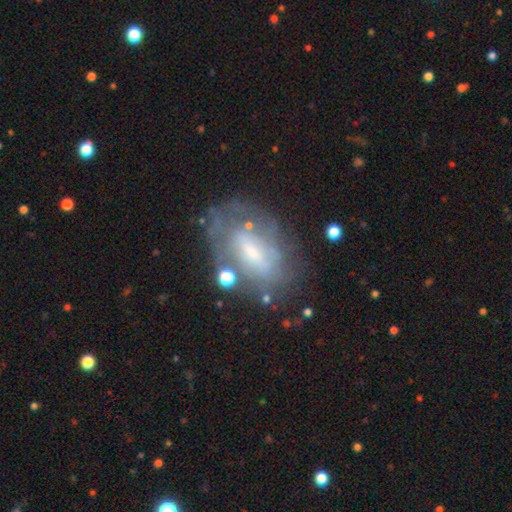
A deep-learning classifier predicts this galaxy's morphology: This is likely a featured or disk galaxy (63%). It is clearly not viewed edge-on (92%). Bar: marginally weak (45%). Spiral arm pattern: possibly yes (55%). Central bulge: possibly small (56%). Merging: likely none (63%).